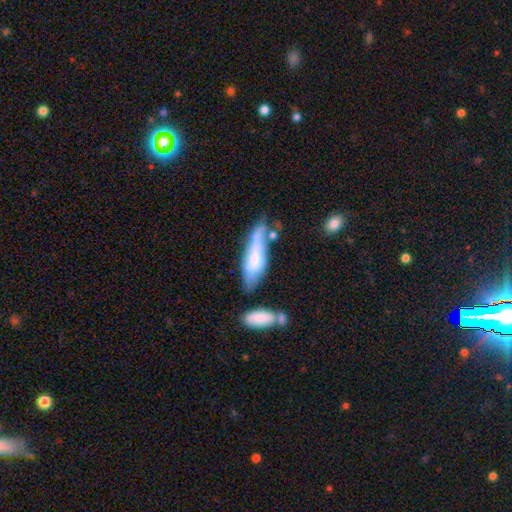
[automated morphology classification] Smooth or featured?
  - smooth: 55% *
  - featured or disk: 39%
  - star or artifact: 7%
How rounded?
  - cigar-shaped: 56% *
  - in between: 42%
  - round: 2%
Merging?
  - none: 43% *
  - minor disturbance: 28%
  - merger: 17%
  - major disturbance: 12%